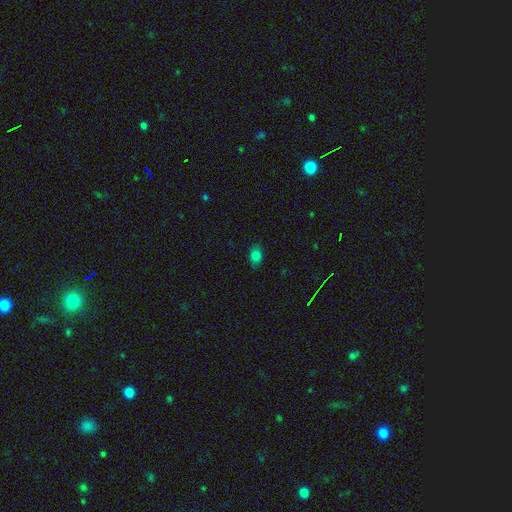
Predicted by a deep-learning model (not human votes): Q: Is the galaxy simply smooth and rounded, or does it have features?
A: smooth — 79%.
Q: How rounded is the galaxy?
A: in between — 71%.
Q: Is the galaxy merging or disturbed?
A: none — 79%.